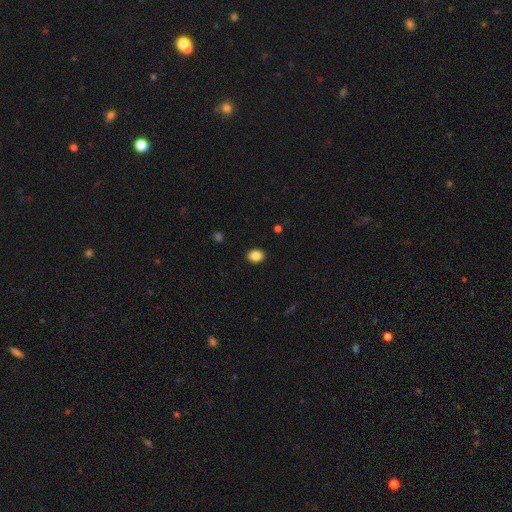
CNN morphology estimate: This appears to be a smooth galaxy with no disk features (87%) that is in between round and cigar-shaped (57%). Merging: none (90%).